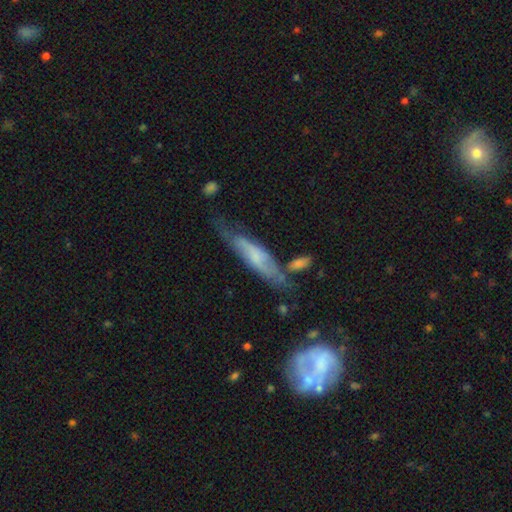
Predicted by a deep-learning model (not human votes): Smooth or featured?
  - featured or disk: 53% *
  - smooth: 40%
  - star or artifact: 7%
Edge-on disk?
  - yes: 55% *
  - no: 45%
Merging?
  - none: 47% *
  - minor disturbance: 29%
  - major disturbance: 14%
  - merger: 10%